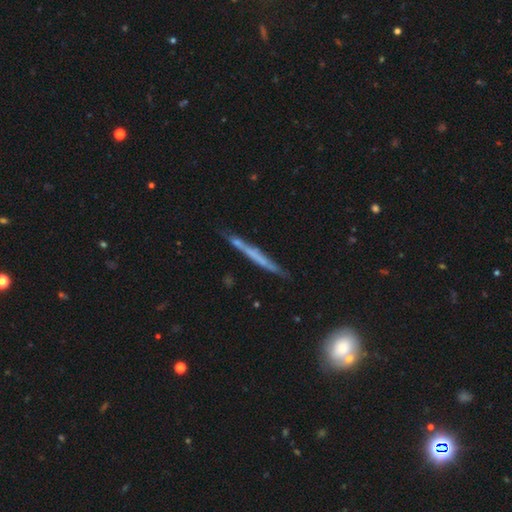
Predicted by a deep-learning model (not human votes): This appears to be a featured or disk galaxy (53%) viewed edge-on (94%). Merging: none (77%).